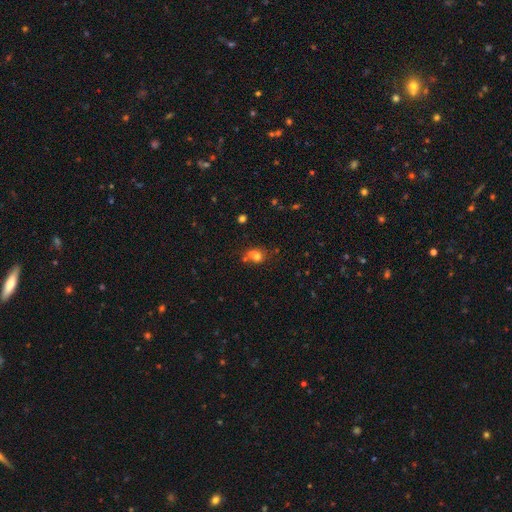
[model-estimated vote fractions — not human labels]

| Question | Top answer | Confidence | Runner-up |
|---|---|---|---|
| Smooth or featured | smooth | 67% | featured or disk (17%) |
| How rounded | round | 68% | in between (30%) |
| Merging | merger | 48% | none (37%) |